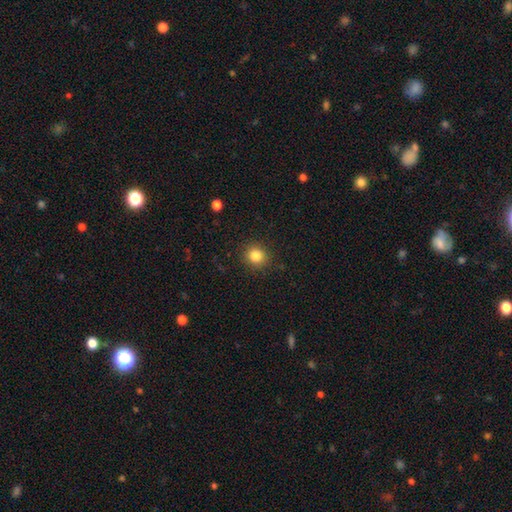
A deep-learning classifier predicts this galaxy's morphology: smooth 83%, star or artifact 11%, featured or disk 5%. Down the decision tree: how rounded — round (88%); merging — none (90%).